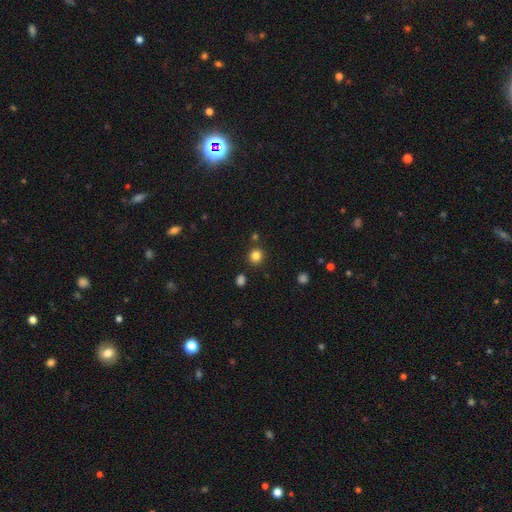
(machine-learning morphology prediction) smooth_or_featured: smooth (p=0.82) [alt: star or artifact p=0.13]
how_rounded: round (p=0.87) [alt: in between p=0.12]
merging: none (p=0.86) [alt: minor disturbance p=0.07]